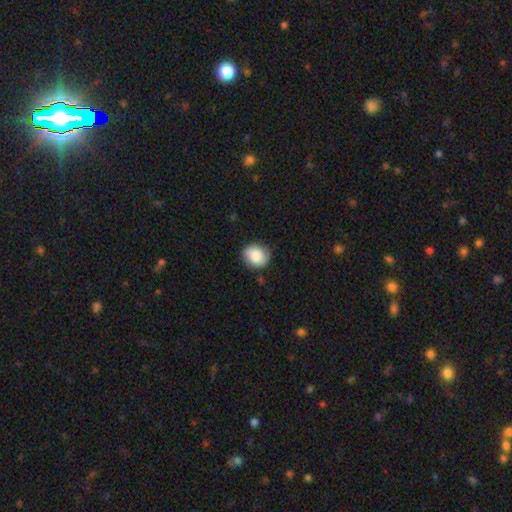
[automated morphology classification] smooth_or_featured: smooth (p=0.80) [alt: featured or disk p=0.12]
how_rounded: round (p=0.76) [alt: in between p=0.23]
merging: none (p=0.81) [alt: minor disturbance p=0.14]